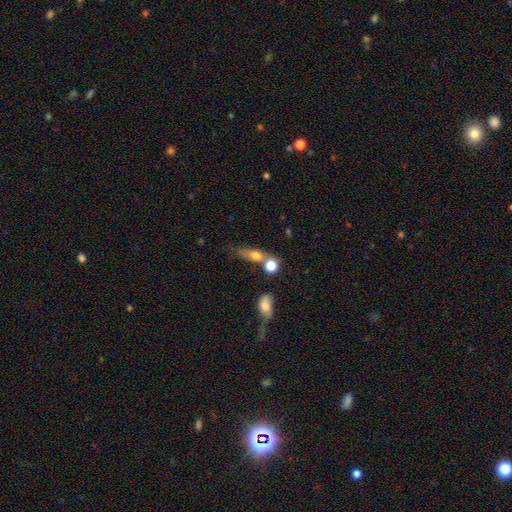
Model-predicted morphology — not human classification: Smooth or featured?
  - smooth: 67% *
  - featured or disk: 22%
  - star or artifact: 11%
How rounded?
  - in between: 49% *
  - cigar-shaped: 30%
  - round: 22%
Merging?
  - none: 40% *
  - merger: 34%
  - minor disturbance: 16%
  - major disturbance: 10%